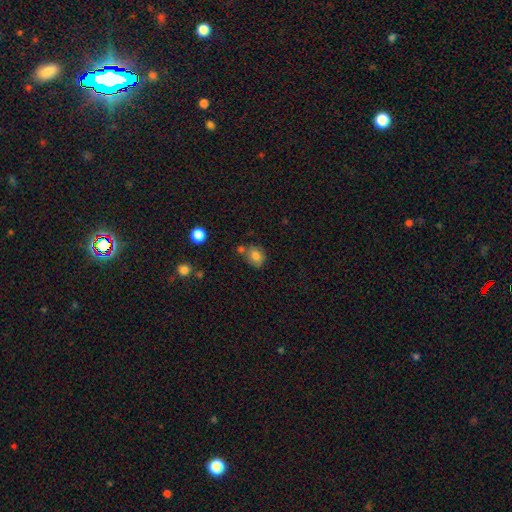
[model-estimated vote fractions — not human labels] Morphology: type=smooth (78%); roundness=round (61%); merging=none (62%).